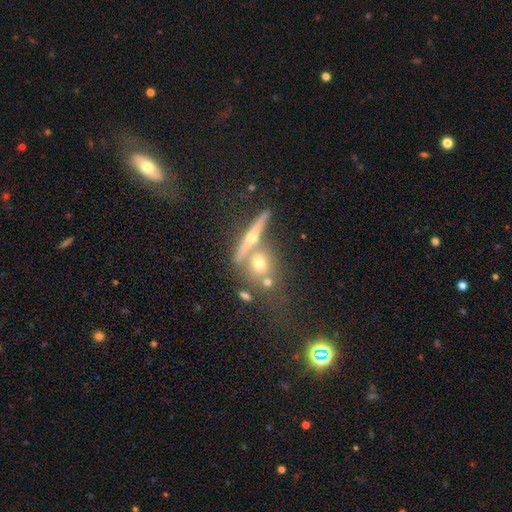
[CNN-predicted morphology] featured or disk 63%, smooth 22%, star or artifact 15%. Down the decision tree: edge-on disk — yes (82%); edge-on bulge — rounded (90%); merging — none (45%).